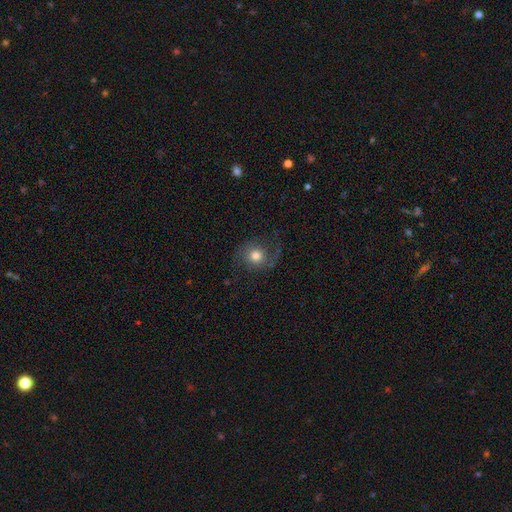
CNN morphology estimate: Smooth or featured: smooth — 52% (featured or disk — 38%)
How rounded: round — 81% (in between — 18%)
Merging: none — 64% (minor disturbance — 17%)